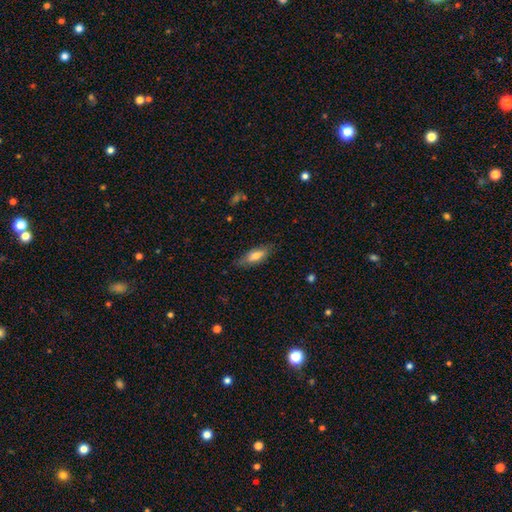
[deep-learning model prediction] This is likely a smooth galaxy (69%). How rounded: possibly in between (60%). Merging: likely none (78%).